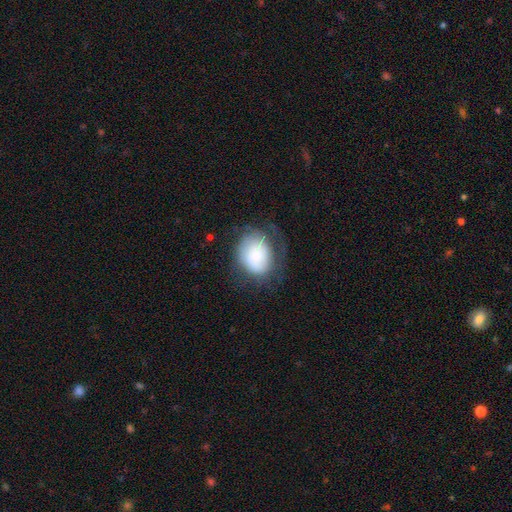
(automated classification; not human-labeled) Overall: smooth (66%; featured or disk 26%). How rounded: in between (51%; round 48%). Merging: none (42%; major disturbance 28%).